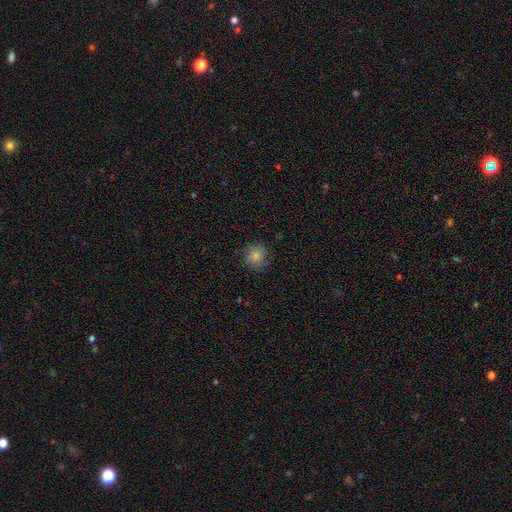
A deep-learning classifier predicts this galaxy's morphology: smooth 81%, star or artifact 11%, featured or disk 9%. Down the decision tree: how rounded — round (82%); merging — none (81%).